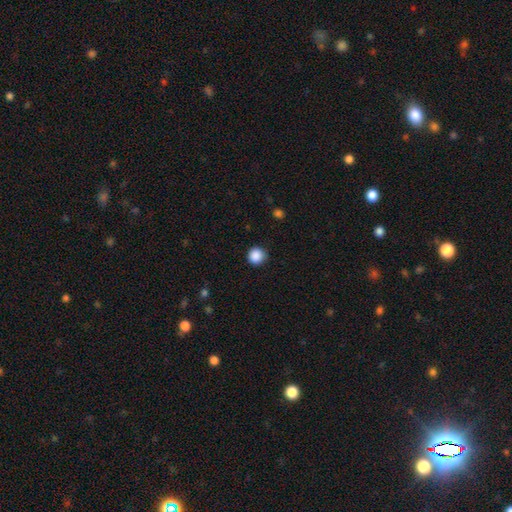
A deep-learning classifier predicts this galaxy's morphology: A smooth galaxy with no disk features (88%) that is round (95%).

Vote fractions:
- Smooth or featured? smooth: 88% / star or artifact: 9% / featured or disk: 2%
- How rounded? round: 95% / in between: 4% / cigar-shaped: 1%
- Merging? none: 90% / minor disturbance: 7% / major disturbance: 2% / merger: 1%